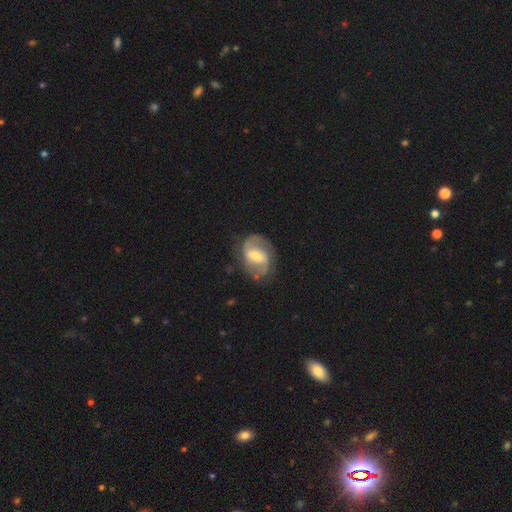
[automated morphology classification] type=featured or disk (80%); edge-on=no (97%); bar=weak (50%); spiral arms=yes (92%); winding=medium (50%); arm count=2 (85%); bulge=moderate (52%); merging=none (72%).